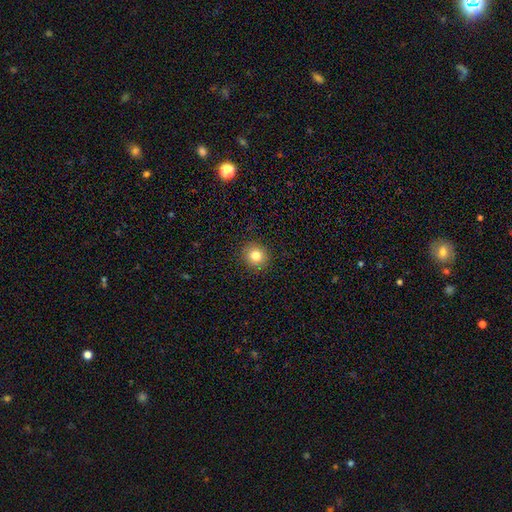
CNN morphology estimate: This appears to be a smooth galaxy with no disk features (81%) that is round (90%). Merging: none (91%).